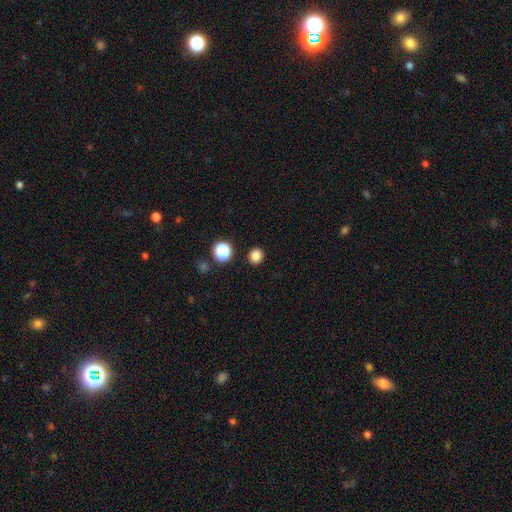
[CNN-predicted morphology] Smooth or featured: smooth — 83% (star or artifact — 13%)
How rounded: round — 85% (in between — 14%)
Merging: none — 91% (minor disturbance — 5%)